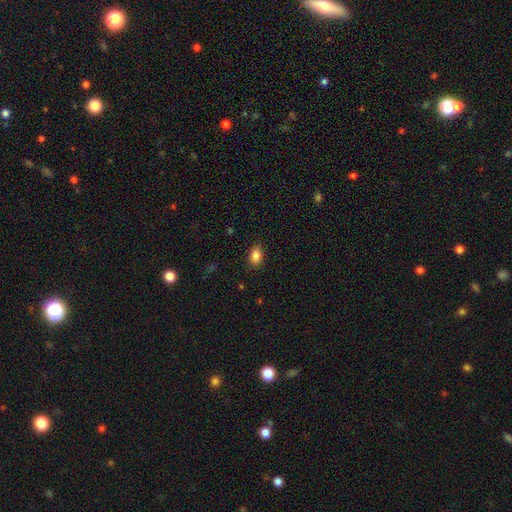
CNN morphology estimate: smooth 84%, star or artifact 9%, featured or disk 6%. Down the decision tree: how rounded — in between (83%); merging — none (87%).